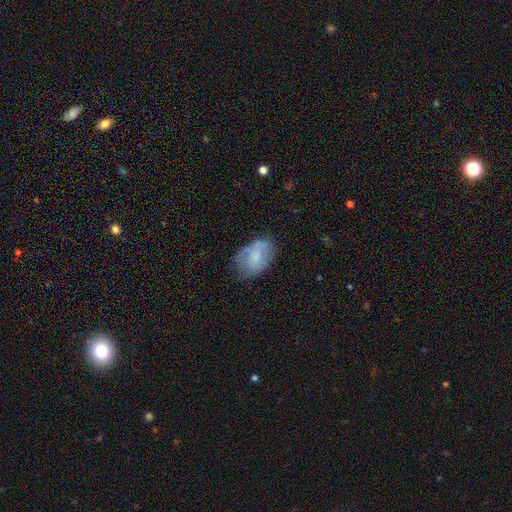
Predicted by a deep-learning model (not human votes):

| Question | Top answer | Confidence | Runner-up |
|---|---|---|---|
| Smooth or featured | smooth | 60% | featured or disk (32%) |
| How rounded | in between | 85% | round (14%) |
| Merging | none | 57% | minor disturbance (29%) |